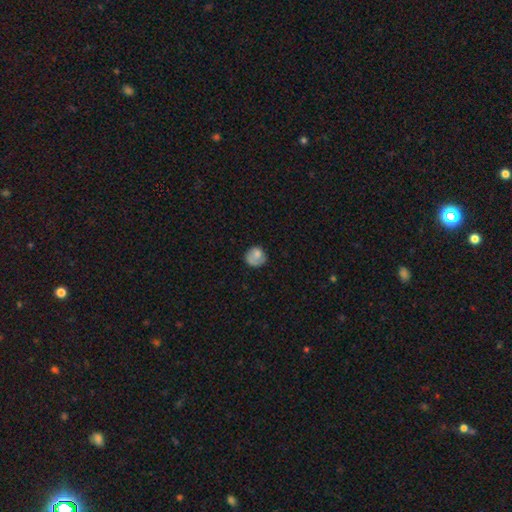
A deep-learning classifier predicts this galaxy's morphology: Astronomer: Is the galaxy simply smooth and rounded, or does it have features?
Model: smooth — 72%.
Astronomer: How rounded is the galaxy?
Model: round — 82%.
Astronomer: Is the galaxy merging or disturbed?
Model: none — 59%.